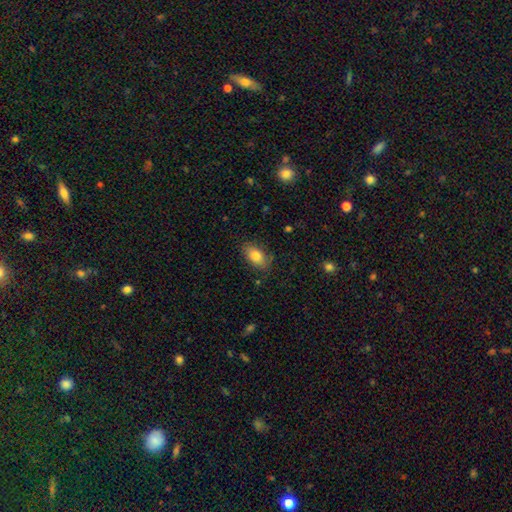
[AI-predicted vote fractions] smooth_or_featured: smooth (p=0.81) [alt: featured or disk p=0.12]
how_rounded: in between (p=0.91) [alt: round p=0.07]
merging: none (p=0.81) [alt: minor disturbance p=0.15]